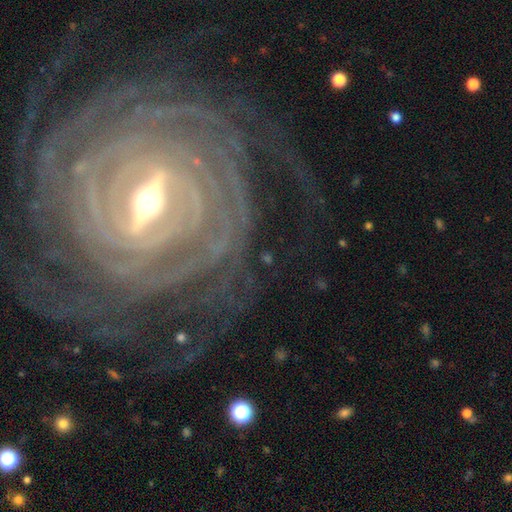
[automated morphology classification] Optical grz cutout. It shows a featured or disk galaxy (91%) with a strong bar (70%), more than 4 (28%) tight (86%) spiral arms (95%) and a moderate central bulge (61%). Merging: none (77%).